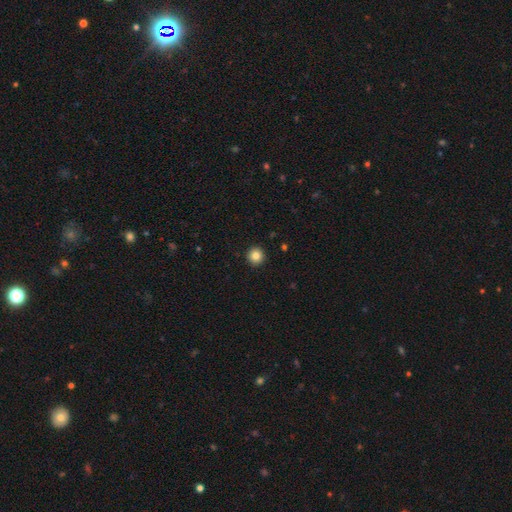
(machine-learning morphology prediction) Overall: smooth (84%). How rounded: round (95%). Merging: none (93%).